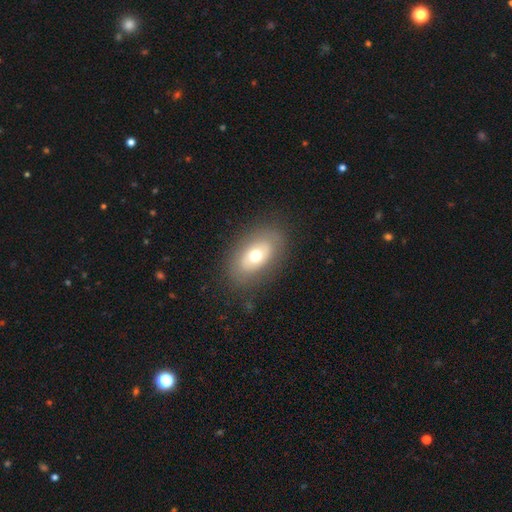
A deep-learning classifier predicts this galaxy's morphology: A smooth galaxy with no disk features (59%) that is in between round and cigar-shaped (86%). Merging: none (82%).